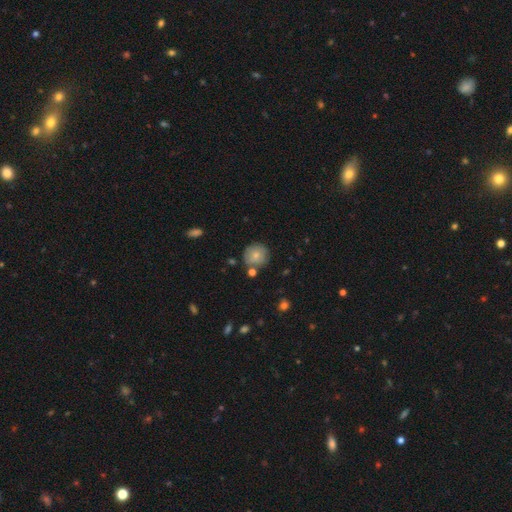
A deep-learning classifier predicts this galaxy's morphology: smooth_or_featured: smooth (p=0.77) [alt: featured or disk p=0.15]
how_rounded: round (p=0.91) [alt: in between p=0.08]
merging: none (p=0.77) [alt: minor disturbance p=0.13]